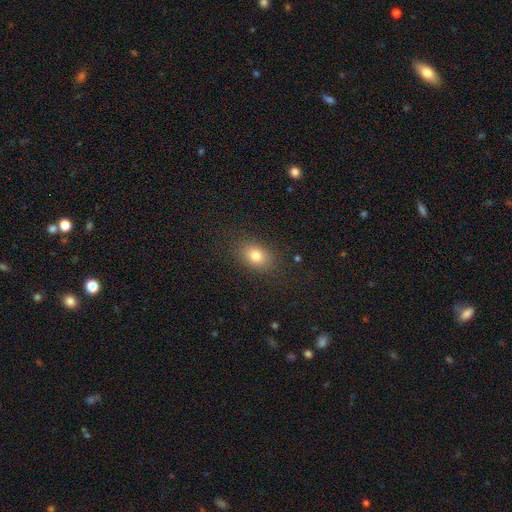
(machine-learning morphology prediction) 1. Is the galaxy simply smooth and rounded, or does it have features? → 80% smooth, 11% star or artifact, 9% featured or disk.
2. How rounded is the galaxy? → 69% in between, 29% round, 1% cigar-shaped.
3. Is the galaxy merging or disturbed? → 85% none, 10% minor disturbance, 4% major disturbance, 1% merger.